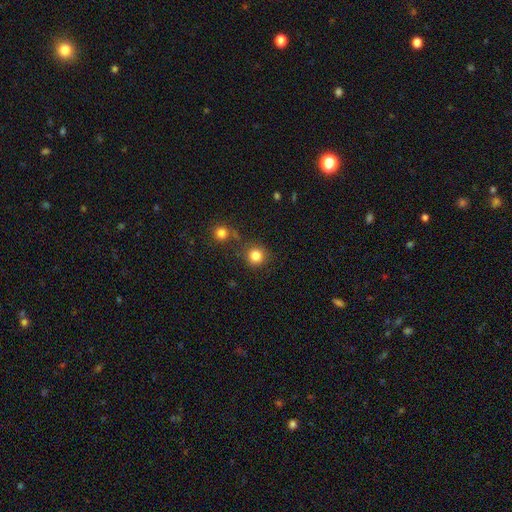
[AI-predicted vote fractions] A smooth galaxy with no disk features (83%) that is round (93%).

Vote fractions:
- Smooth or featured? smooth: 83% / star or artifact: 12% / featured or disk: 5%
- How rounded? round: 93% / in between: 6% / cigar-shaped: 1%
- Merging? none: 80% / minor disturbance: 9% / merger: 7% / major disturbance: 3%